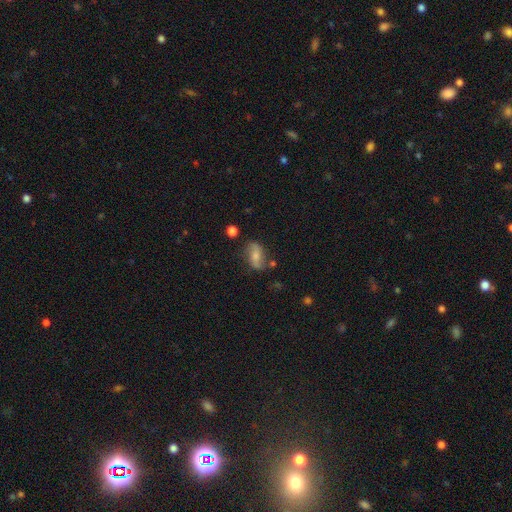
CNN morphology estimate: type=featured or disk (50%); merging=none (70%).